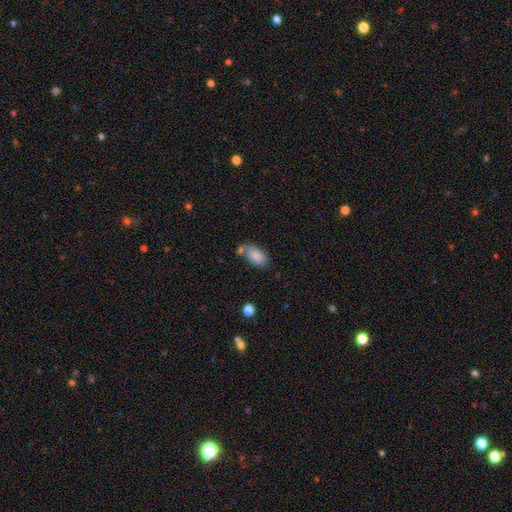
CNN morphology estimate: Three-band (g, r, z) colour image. It shows a smooth galaxy with no disk features (80%) that is in between round and cigar-shaped (93%). Merging: none (45%).